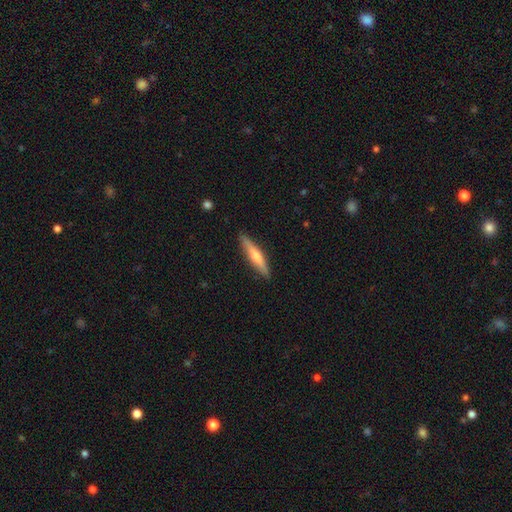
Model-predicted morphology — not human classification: Smooth or featured?
  - featured or disk: 47% * (tied)
  - smooth: 47% * (tied)
  - star or artifact: 6%
Merging?
  - none: 90% *
  - minor disturbance: 8%
  - major disturbance: 2%
  - merger: 1%